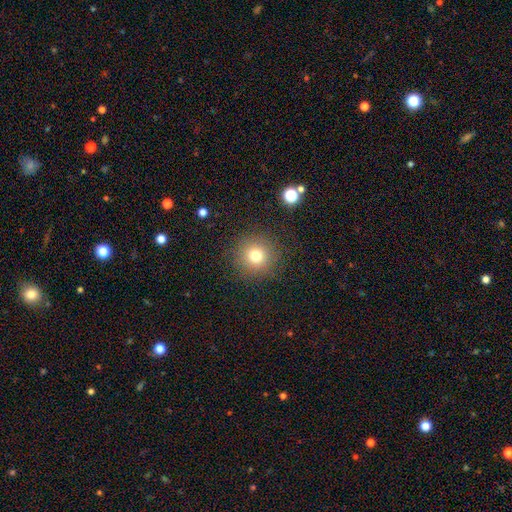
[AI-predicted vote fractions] Smooth or featured: smooth — 75% (star or artifact — 15%)
How rounded: round — 94% (in between — 5%)
Merging: none — 89% (minor disturbance — 7%)